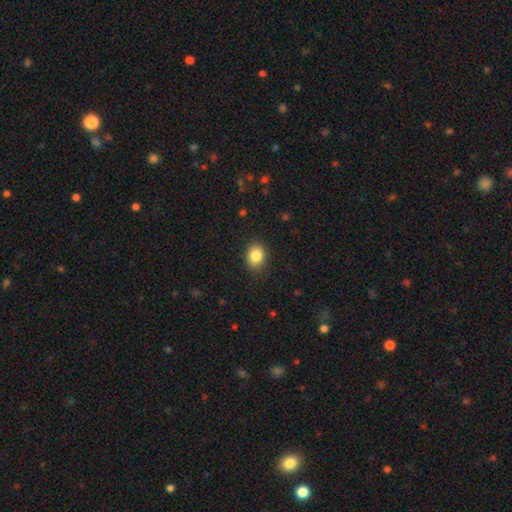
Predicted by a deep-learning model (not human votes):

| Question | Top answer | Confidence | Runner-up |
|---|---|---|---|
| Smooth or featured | smooth | 85% | star or artifact (9%) |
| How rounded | in between | 54% | round (45%) |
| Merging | none | 87% | minor disturbance (10%) |